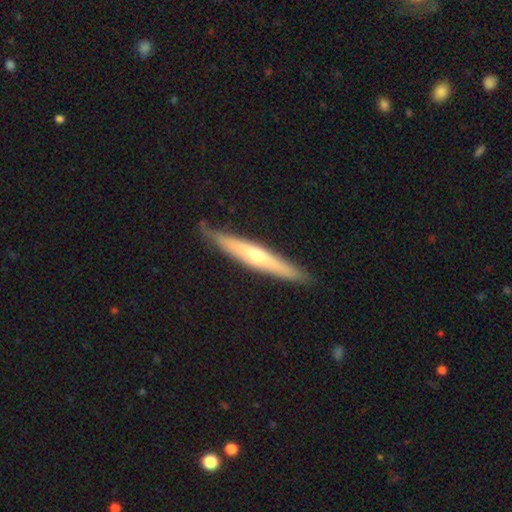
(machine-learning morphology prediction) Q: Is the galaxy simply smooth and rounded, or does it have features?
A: featured or disk — 60%.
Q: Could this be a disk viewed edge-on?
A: yes — 91%.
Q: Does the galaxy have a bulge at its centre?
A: rounded — 79%.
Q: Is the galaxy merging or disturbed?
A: none — 86%.